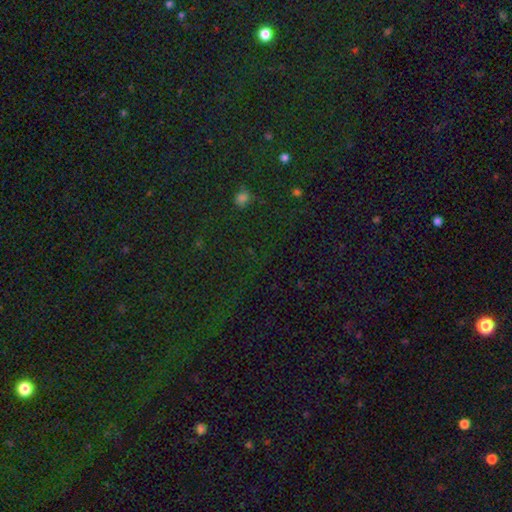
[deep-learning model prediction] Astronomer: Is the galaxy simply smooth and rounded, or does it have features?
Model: star or artifact — 78%.